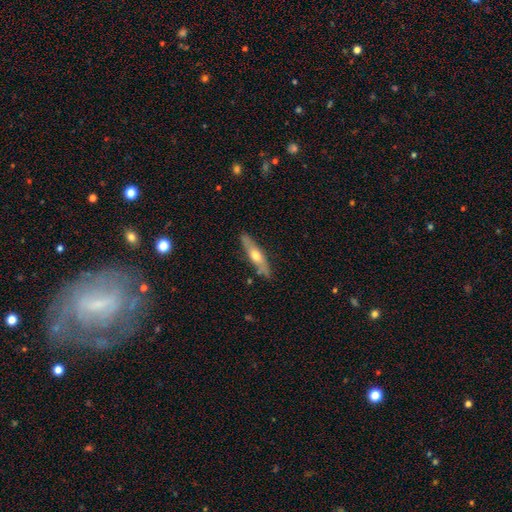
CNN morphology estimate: Smooth or featured: featured or disk — 49% (smooth — 46%)
Merging: none — 83% (minor disturbance — 12%)